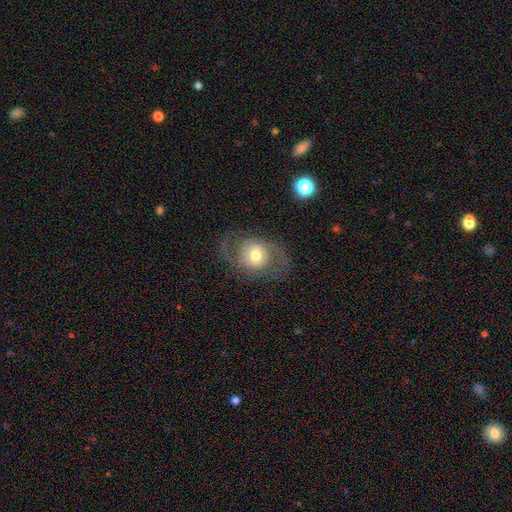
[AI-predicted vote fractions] A featured or disk galaxy (71%) with no bar (55%), 2 (86%) medium (49%) spiral arms (80%) and a moderate central bulge (66%). Merging: none (68%).